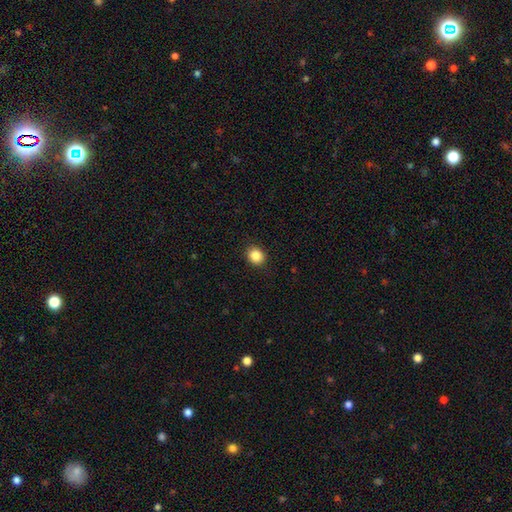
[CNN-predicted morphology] smooth-or-featured: smooth: 85% | star or artifact: 10% | featured or disk: 5%
  how-rounded: round: 68% | in between: 31% | cigar-shaped: 1%
  merging: none: 90% | minor disturbance: 7% | major disturbance: 2% | merger: 1%